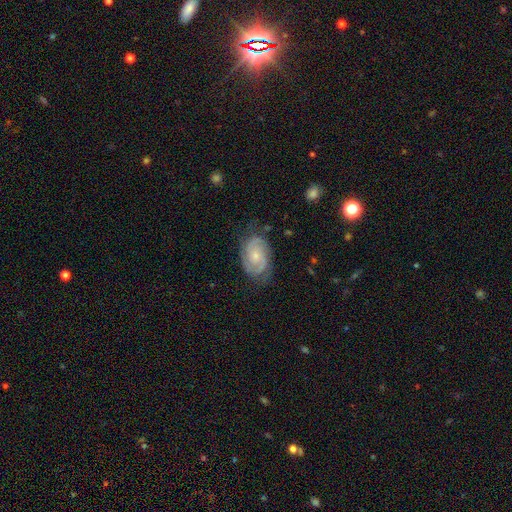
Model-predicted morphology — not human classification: This appears to be a featured or disk galaxy (79%) with no bar (68%), 2 (76%) tight (55%) spiral arms (95%) and a small central bulge (59%). Merging: none (72%).